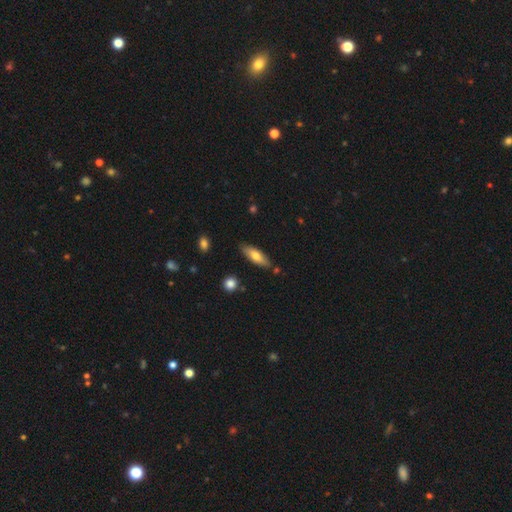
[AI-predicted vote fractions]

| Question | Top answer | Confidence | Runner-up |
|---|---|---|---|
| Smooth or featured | smooth | 67% | featured or disk (27%) |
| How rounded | in between | 55% | cigar-shaped (42%) |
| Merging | none | 81% | minor disturbance (13%) |